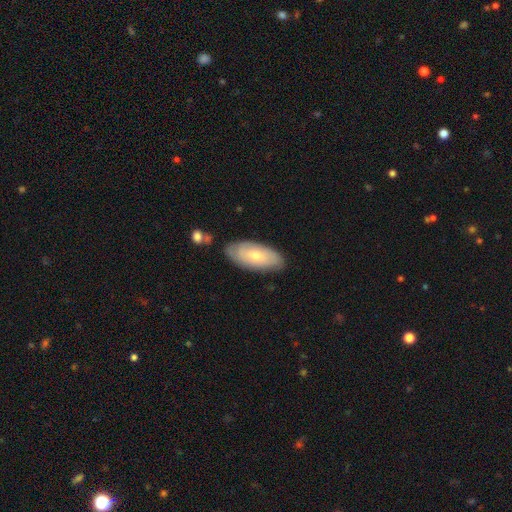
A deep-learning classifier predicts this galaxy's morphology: Smooth or featured?
  - smooth: 58% *
  - featured or disk: 36%
  - star or artifact: 6%
How rounded?
  - in between: 87% *
  - cigar-shaped: 11%
  - round: 2%
Merging?
  - none: 76% *
  - minor disturbance: 17%
  - major disturbance: 3%
  - merger: 3%